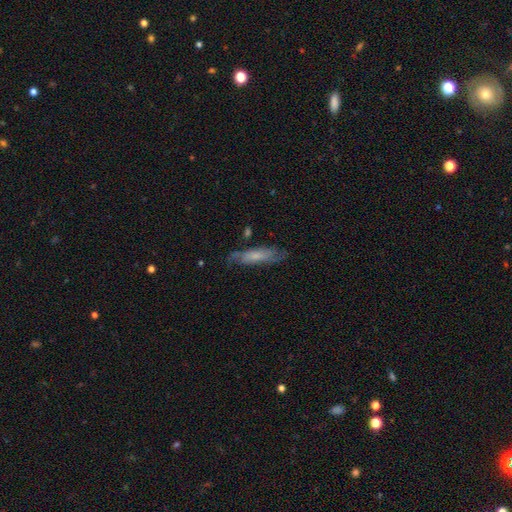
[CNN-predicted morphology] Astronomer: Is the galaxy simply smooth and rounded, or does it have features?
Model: featured or disk — 54% (runner-up: smooth, 39%).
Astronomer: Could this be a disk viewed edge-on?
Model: no — 62% (runner-up: yes, 38%).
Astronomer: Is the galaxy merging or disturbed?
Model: none — 71%.